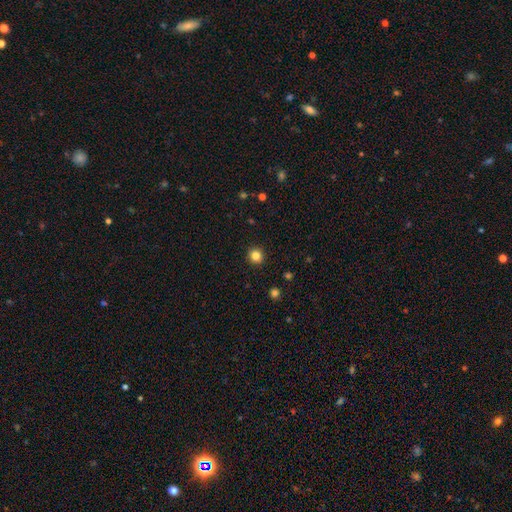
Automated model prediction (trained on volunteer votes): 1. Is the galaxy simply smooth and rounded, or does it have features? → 83% smooth, 12% star or artifact, 5% featured or disk.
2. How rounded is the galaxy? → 92% round, 7% in between, 1% cigar-shaped.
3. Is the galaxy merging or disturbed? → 92% none, 5% minor disturbance, 2% major disturbance, 1% merger.